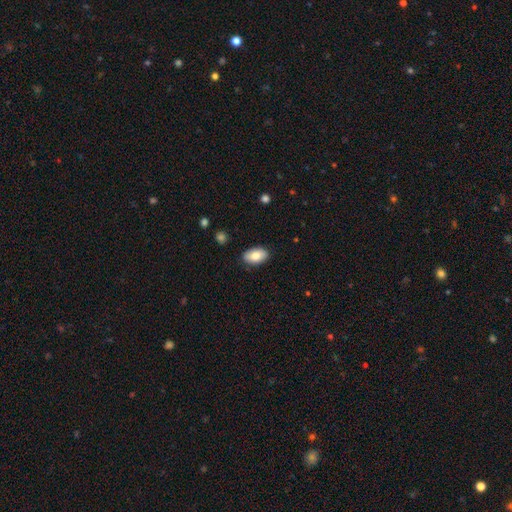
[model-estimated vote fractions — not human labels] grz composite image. It shows a smooth galaxy with no disk features (82%) that is in between round and cigar-shaped (93%). Merging: none (86%).